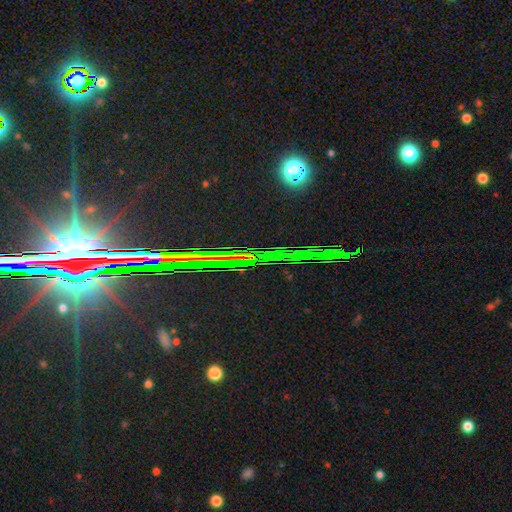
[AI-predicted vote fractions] star or artifact 81%, featured or disk 12%, smooth 7%.